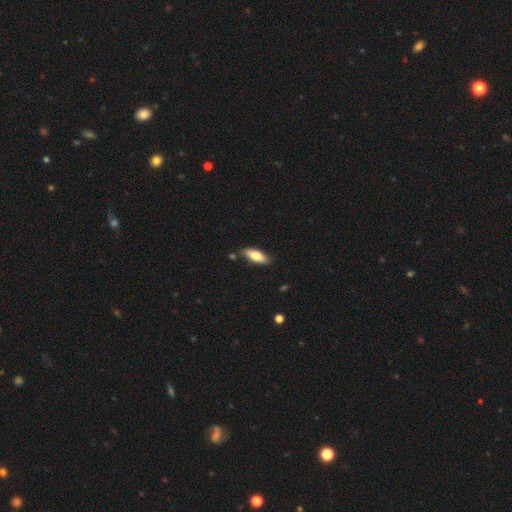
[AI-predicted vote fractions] Smooth or featured?
  - smooth: 75% *
  - featured or disk: 19%
  - star or artifact: 6%
How rounded?
  - in between: 70% *
  - cigar-shaped: 28%
  - round: 2%
Merging?
  - none: 79% *
  - minor disturbance: 15%
  - merger: 4%
  - major disturbance: 3%